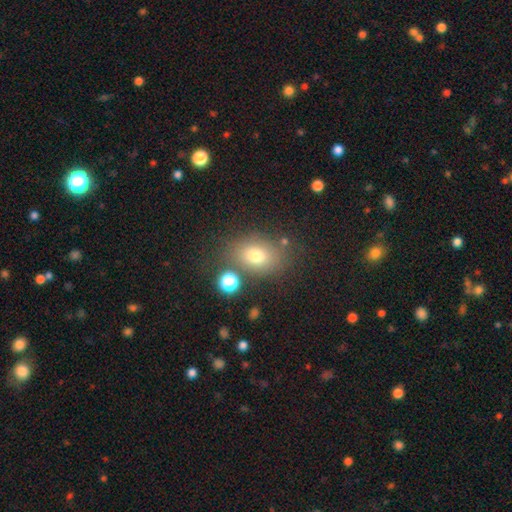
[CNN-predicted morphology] Smooth or featured?
  - smooth: 73% *
  - star or artifact: 14%
  - featured or disk: 13%
How rounded?
  - in between: 66% *
  - round: 33%
  - cigar-shaped: 1%
Merging?
  - none: 74% *
  - minor disturbance: 13%
  - merger: 7%
  - major disturbance: 6%